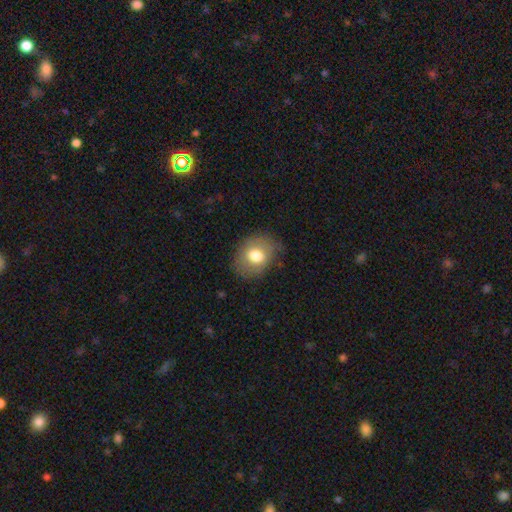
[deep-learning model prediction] Morphology: type=smooth (74%); roundness=in between (55%); merging=none (73%).